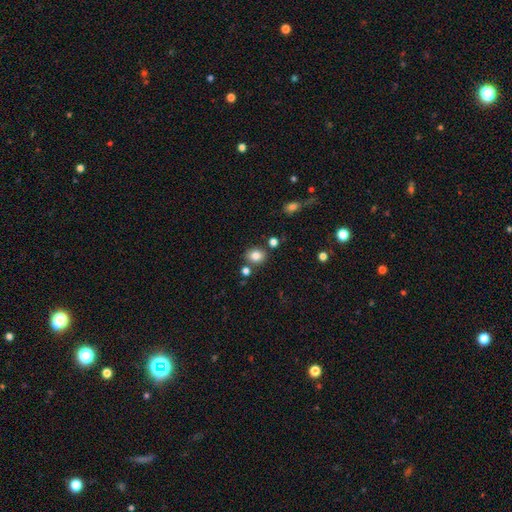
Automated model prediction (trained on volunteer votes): Smooth or featured? Predicted: smooth (p=0.82). How rounded? Predicted: round (p=0.58). Merging? Predicted: none (p=0.77).